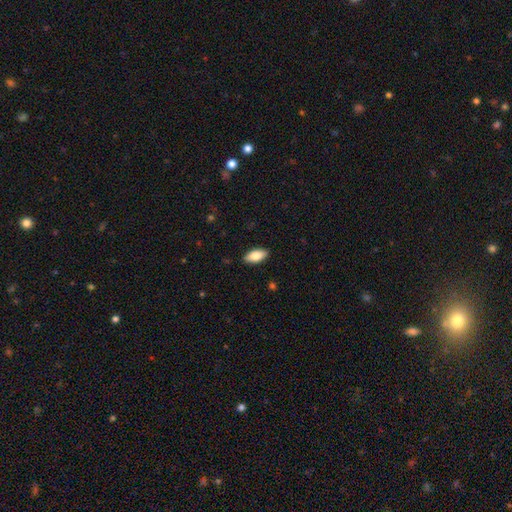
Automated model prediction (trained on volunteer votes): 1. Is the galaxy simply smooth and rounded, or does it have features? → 81% smooth, 13% featured or disk, 6% star or artifact.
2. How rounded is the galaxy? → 90% in between, 8% cigar-shaped, 2% round.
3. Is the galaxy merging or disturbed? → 89% none, 8% minor disturbance, 2% major disturbance, 1% merger.